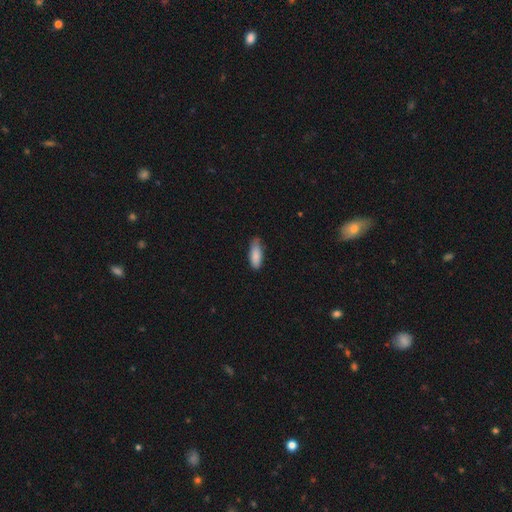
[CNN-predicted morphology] Smooth or featured?
  - smooth: 87% *
  - featured or disk: 7%
  - star or artifact: 6%
How rounded?
  - in between: 70% *
  - cigar-shaped: 29%
  - round: 2%
Merging?
  - none: 67% *
  - minor disturbance: 28%
  - major disturbance: 4%
  - merger: 1%